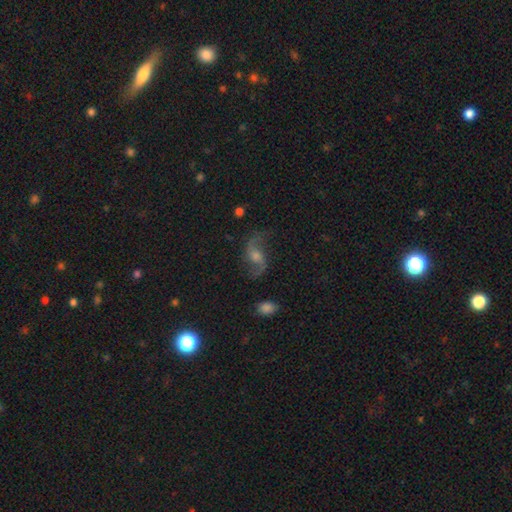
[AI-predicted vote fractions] A featured or disk galaxy (82%) with no bar (50%), 2 (93%) loose (78%) spiral arms (96%) and a moderate central bulge (51%).

Vote fractions:
- Smooth or featured? featured or disk: 82% / star or artifact: 9% / smooth: 9%
- Edge-on disk? no: 96% / yes: 4%
- Bar? no: 50% / weak: 39% / strong: 11%
- Spiral arms? yes: 96% / no: 4%
- Spiral winding? loose: 78% / medium: 19% / tight: 4%
- Spiral arm count? 2: 93% / can't tell: 2% / 1: 2% / 3: 1% / 4: 1% / more than 4: 1%
- Bulge size? moderate: 51% / small: 27% / large: 12% / none: 8% / dominant: 2%
- Merging? none: 75% / minor disturbance: 14% / major disturbance: 9% / merger: 2%